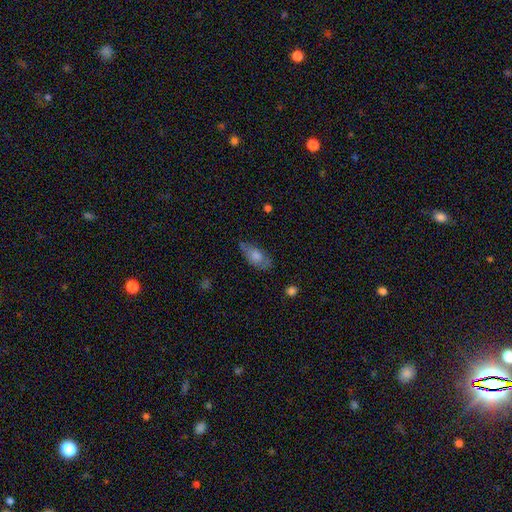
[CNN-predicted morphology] Smooth or featured? Predicted: smooth (p=0.60). How rounded? Predicted: in between (p=0.81). Merging? Predicted: none (p=0.60).